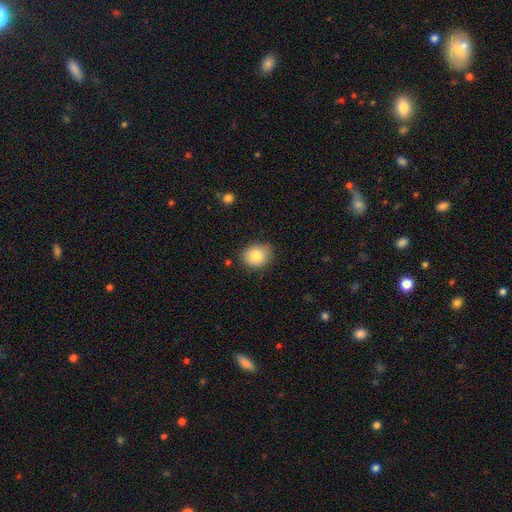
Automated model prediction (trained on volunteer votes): Morphology: type=smooth (85%); roundness=round (64%); merging=none (81%).